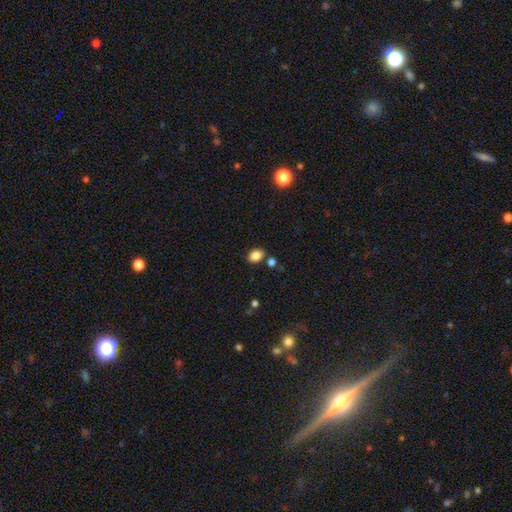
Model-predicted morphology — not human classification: Q: Smooth or featured?
A: smooth (85%); runner-up: star or artifact (10%)
Q: How rounded?
A: in between (67%); runner-up: round (32%)
Q: Merging?
A: none (79%); runner-up: minor disturbance (11%)